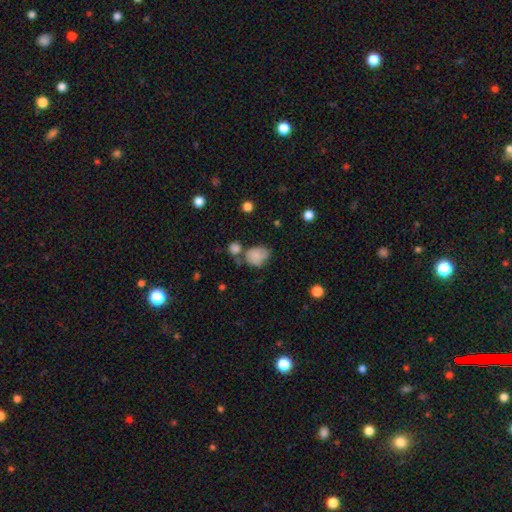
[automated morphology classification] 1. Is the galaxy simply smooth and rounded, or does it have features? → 78% smooth, 12% featured or disk, 10% star or artifact.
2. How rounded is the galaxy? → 58% in between, 41% round, 1% cigar-shaped.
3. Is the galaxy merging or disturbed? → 38% none, 25% minor disturbance, 23% merger, 13% major disturbance.